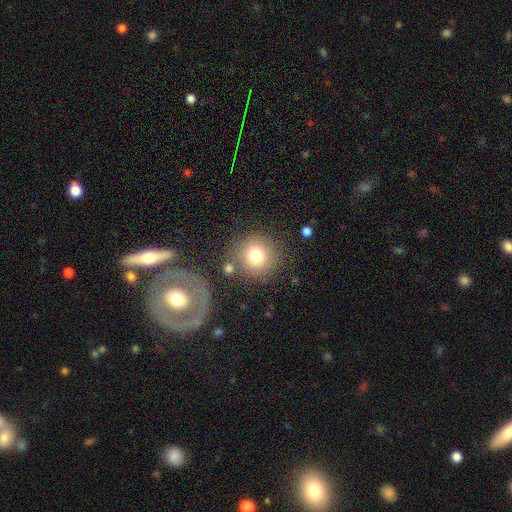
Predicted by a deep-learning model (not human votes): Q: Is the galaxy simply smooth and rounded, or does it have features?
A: smooth — 77%.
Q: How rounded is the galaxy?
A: round — 93%.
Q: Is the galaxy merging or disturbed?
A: none — 77%.